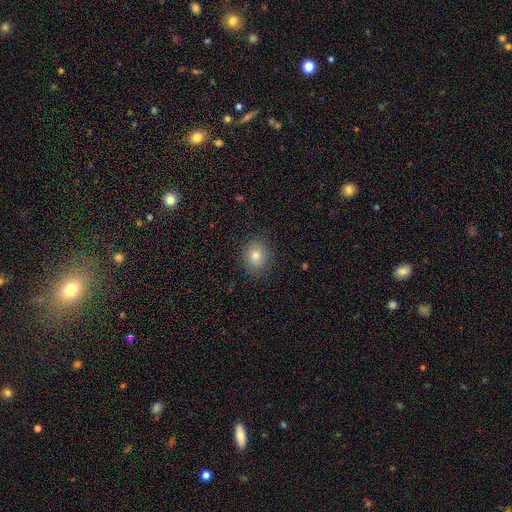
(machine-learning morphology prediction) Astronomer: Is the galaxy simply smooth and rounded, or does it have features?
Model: smooth — 78%.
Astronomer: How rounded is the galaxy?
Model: round — 62% (runner-up: in between, 38%).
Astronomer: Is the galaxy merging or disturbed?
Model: none — 84%.